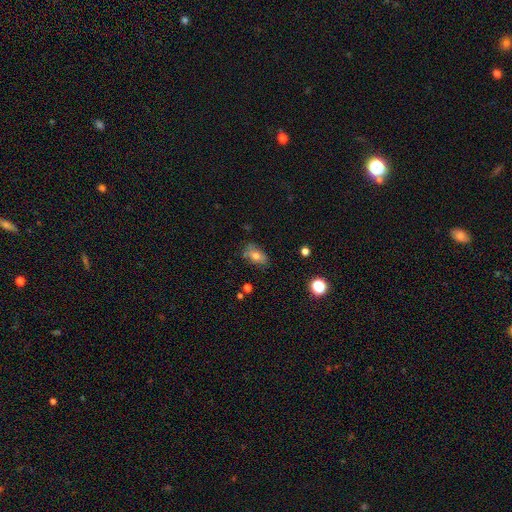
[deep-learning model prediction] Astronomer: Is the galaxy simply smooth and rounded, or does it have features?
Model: smooth — 70%.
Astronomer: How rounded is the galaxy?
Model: in between — 86%.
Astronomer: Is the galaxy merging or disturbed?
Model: none — 70%.